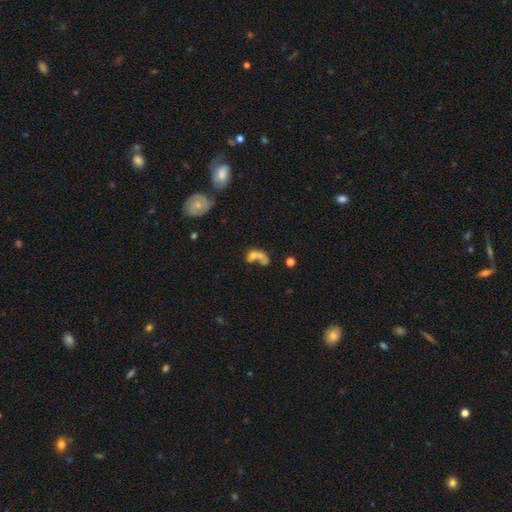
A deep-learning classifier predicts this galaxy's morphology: Smooth or featured? smooth (52%)
How rounded? in between (67%)
Merging? merger (59%)